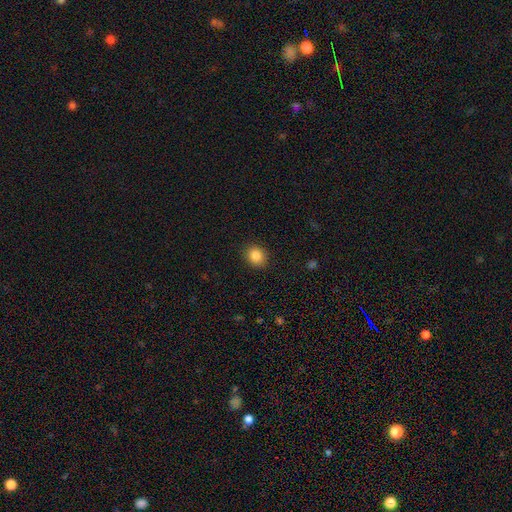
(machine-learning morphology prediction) Smooth or featured: smooth — 85% (star or artifact — 10%)
How rounded: round — 73% (in between — 26%)
Merging: none — 90% (minor disturbance — 7%)